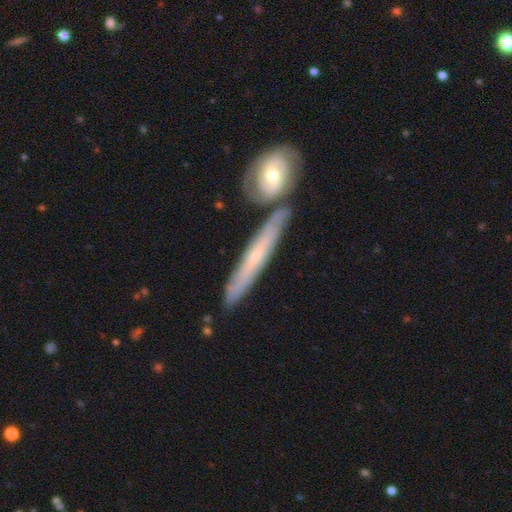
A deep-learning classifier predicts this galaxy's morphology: Smooth or featured? Predicted: featured or disk (p=0.61). Edge-on disk? Predicted: yes (p=0.68). Merging? Predicted: none (p=0.71).